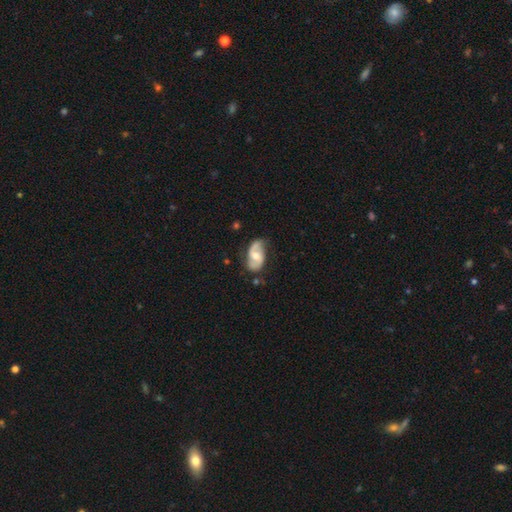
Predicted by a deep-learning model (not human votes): Smooth or featured? featured or disk (75%)
Edge-on disk? no (97%)
Bar? no (50%)
Spiral arms? yes (93%)
Spiral winding? medium (42%)
Spiral arm count? 2 (88%)
Bulge size? moderate (60%)
Merging? none (67%)